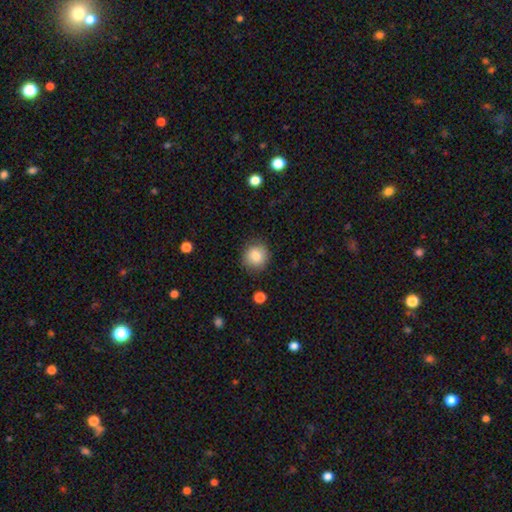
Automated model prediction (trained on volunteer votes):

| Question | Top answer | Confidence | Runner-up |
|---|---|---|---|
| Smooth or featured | smooth | 85% | star or artifact (9%) |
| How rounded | round | 90% | in between (9%) |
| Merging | none | 86% | minor disturbance (10%) |